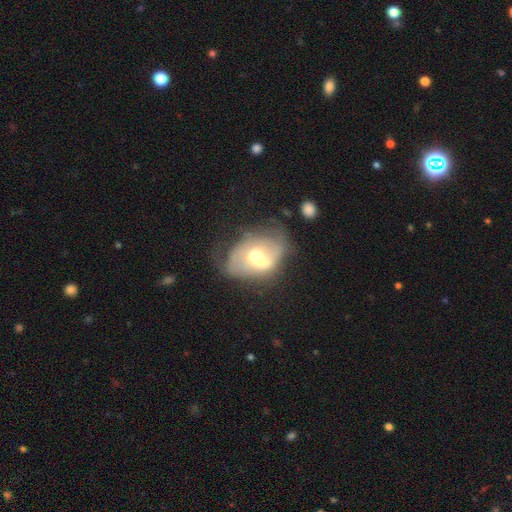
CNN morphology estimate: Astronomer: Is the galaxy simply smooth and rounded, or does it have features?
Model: featured or disk — 53% (runner-up: smooth, 38%).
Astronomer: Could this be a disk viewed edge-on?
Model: no — 96%.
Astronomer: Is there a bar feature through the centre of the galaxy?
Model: no — 73%.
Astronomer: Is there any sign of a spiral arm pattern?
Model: no — 72%.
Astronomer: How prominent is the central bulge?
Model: moderate — 66%.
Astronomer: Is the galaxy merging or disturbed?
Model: merger — 52%.